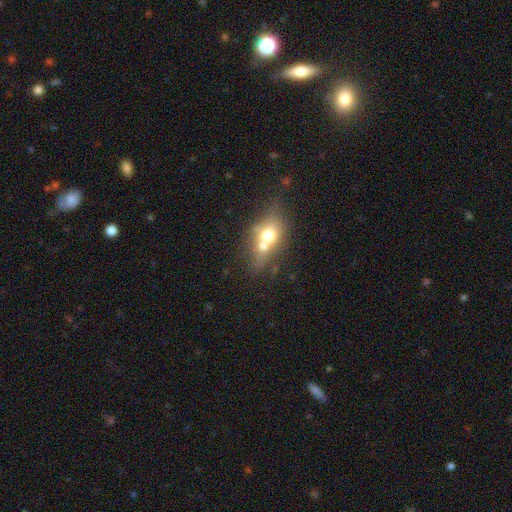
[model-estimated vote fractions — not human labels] A smooth galaxy with no disk features (44%).

Vote fractions:
- Smooth or featured? smooth: 44% / featured or disk: 38% / star or artifact: 18%
- Merging? none: 44% / merger: 34% / minor disturbance: 13% / major disturbance: 8%